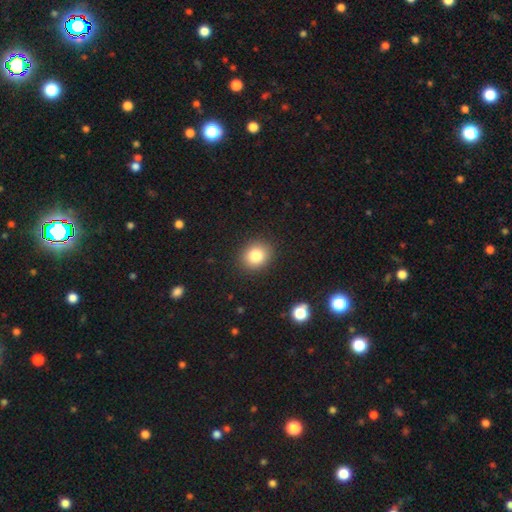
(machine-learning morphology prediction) Overall: smooth (81%). How rounded: round (73%). Merging: none (89%).